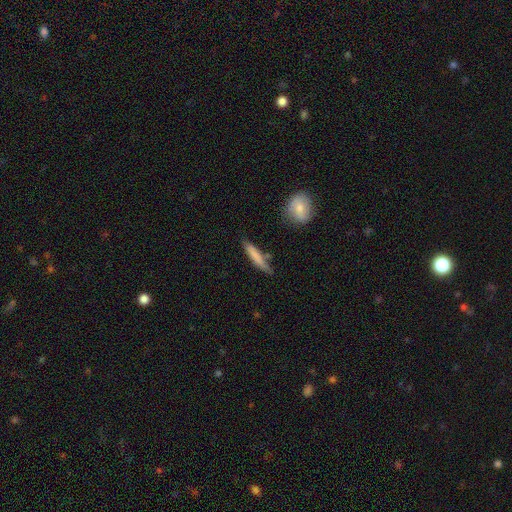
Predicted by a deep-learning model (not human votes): The model was most divided on "merging": none: 69%, minor disturbance: 21%, merger: 6%, major disturbance: 4%. More confident: how rounded — cigar-shaped (89%); smooth or featured — smooth (73%).